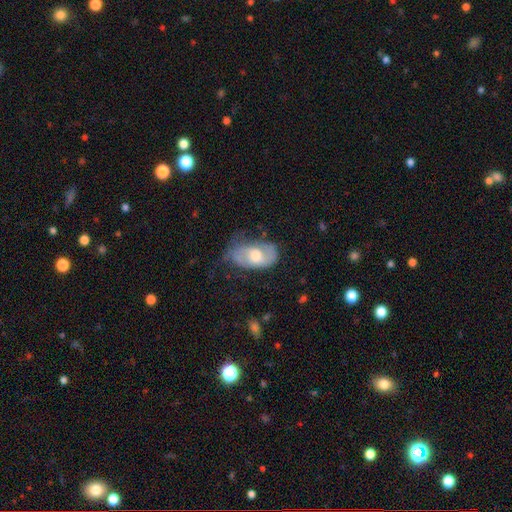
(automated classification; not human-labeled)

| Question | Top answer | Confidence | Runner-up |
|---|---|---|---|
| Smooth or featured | featured or disk | 54% | smooth (40%) |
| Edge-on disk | no | 94% | yes (6%) |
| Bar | no | 58% | weak (35%) |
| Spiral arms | yes | 73% | no (27%) |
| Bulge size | moderate | 69% | large (15%) |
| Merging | none | 43% | minor disturbance (36%) |